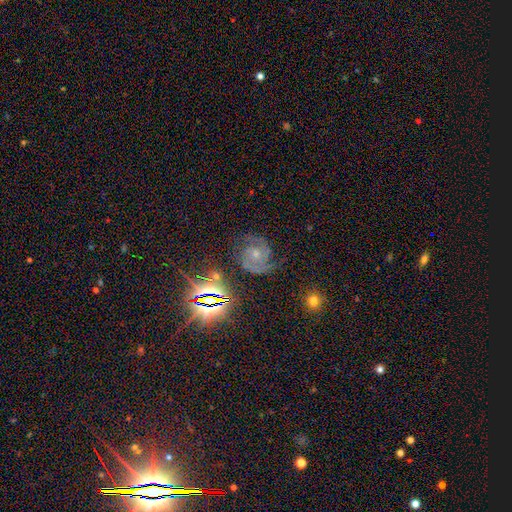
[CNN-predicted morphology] Smooth or featured?
  - featured or disk: 79% *
  - star or artifact: 14%
  - smooth: 7%
Edge-on disk?
  - no: 98% *
  - yes: 2%
Bar?
  - no: 69% *
  - weak: 25%
  - strong: 7%
Spiral arms?
  - yes: 97% *
  - no: 3%
Spiral winding?
  - tight: 48% *
  - medium: 44%
  - loose: 8%
Spiral arm count?
  - 2: 72% *
  - 3: 14%
  - can't tell: 7%
  - 1: 3%
  - 4: 2%
  - more than 4: 2%
Bulge size?
  - small: 48% *
  - moderate: 45%
  - none: 4%
  - large: 2%
  - dominant: 1%
Merging?
  - none: 71% *
  - minor disturbance: 18%
  - major disturbance: 9%
  - merger: 2%